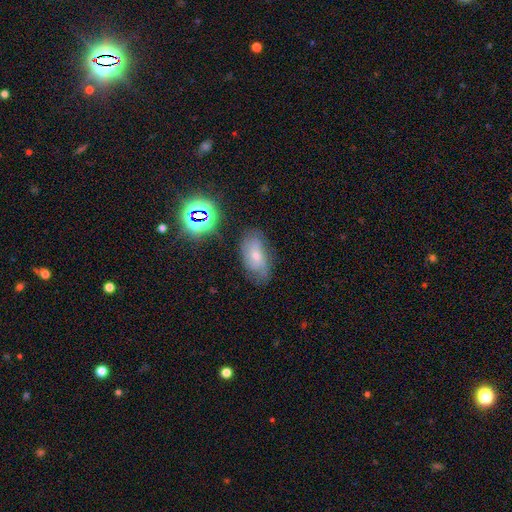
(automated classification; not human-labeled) This appears to be a smooth galaxy with no disk features (50%) that is in between round and cigar-shaped (90%). Merging: none (66%).